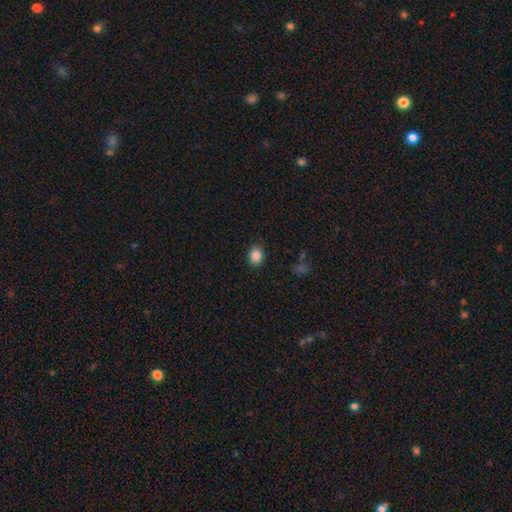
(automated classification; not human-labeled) Smooth or featured: smooth — 86% (star or artifact — 10%)
How rounded: round — 55% (in between — 44%)
Merging: none — 89% (minor disturbance — 8%)